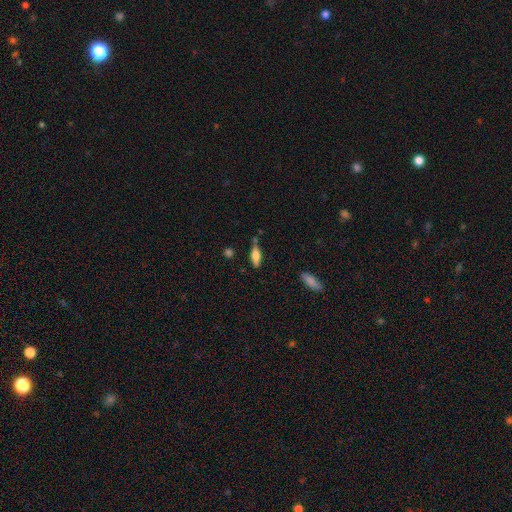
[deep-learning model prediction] Smooth or featured?
  - smooth: 55% *
  - featured or disk: 37%
  - star or artifact: 8%
How rounded?
  - in between: 51% *
  - cigar-shaped: 46%
  - round: 3%
Merging?
  - none: 66% *
  - minor disturbance: 22%
  - merger: 7%
  - major disturbance: 5%